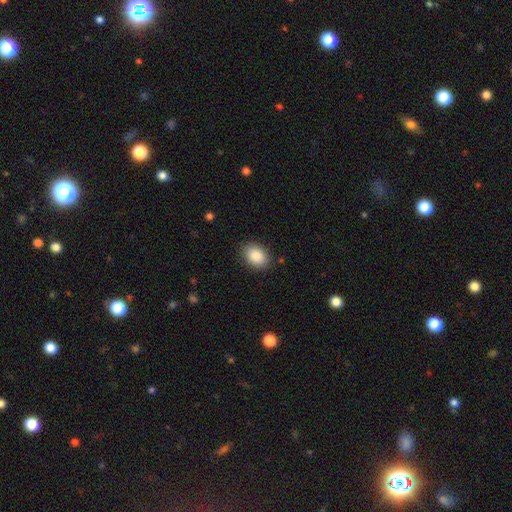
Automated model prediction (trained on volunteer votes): Smooth or featured?
  - smooth: 86% *
  - star or artifact: 7%
  - featured or disk: 6%
How rounded?
  - in between: 80% *
  - round: 19%
  - cigar-shaped: 1%
Merging?
  - none: 87% *
  - minor disturbance: 10%
  - major disturbance: 2%
  - merger: 1%